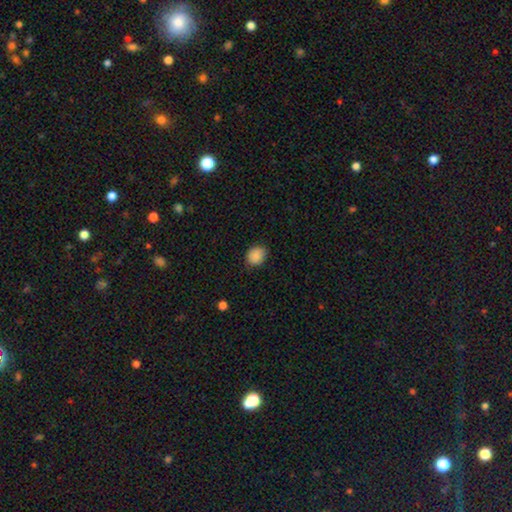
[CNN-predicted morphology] Q: Smooth or featured?
A: smooth (87%); runner-up: star or artifact (8%)
Q: How rounded?
A: round (61%); runner-up: in between (39%)
Q: Merging?
A: none (81%); runner-up: minor disturbance (15%)